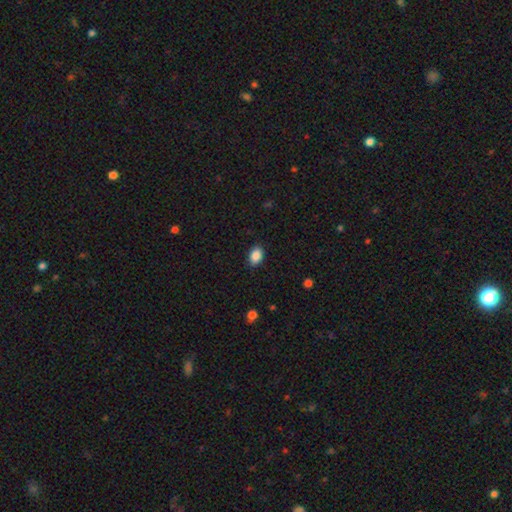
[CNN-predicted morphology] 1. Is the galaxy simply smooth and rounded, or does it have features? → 89% smooth, 8% star or artifact, 3% featured or disk.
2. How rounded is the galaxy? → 84% in between, 15% round, 1% cigar-shaped.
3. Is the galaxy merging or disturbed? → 87% none, 10% minor disturbance, 2% major disturbance, 1% merger.